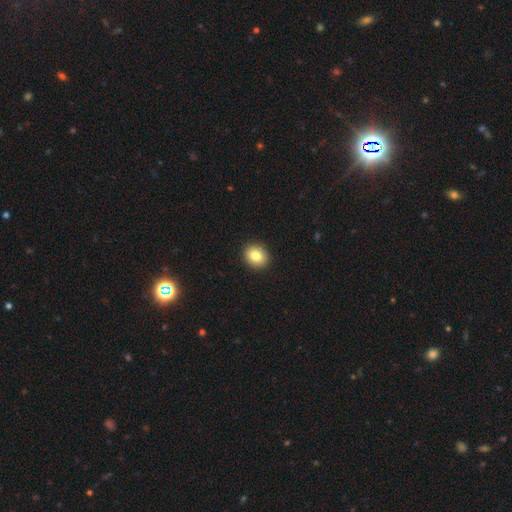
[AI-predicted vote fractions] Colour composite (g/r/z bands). It shows a smooth galaxy with no disk features (83%) that is round (67%). Merging: none (92%).